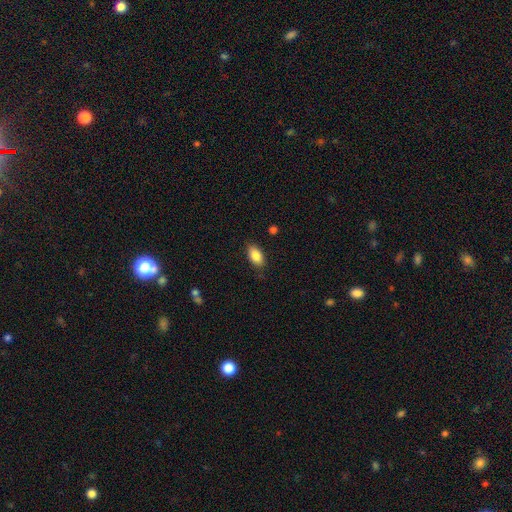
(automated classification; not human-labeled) Smooth or featured? smooth (85%)
How rounded? in between (91%)
Merging? none (82%)